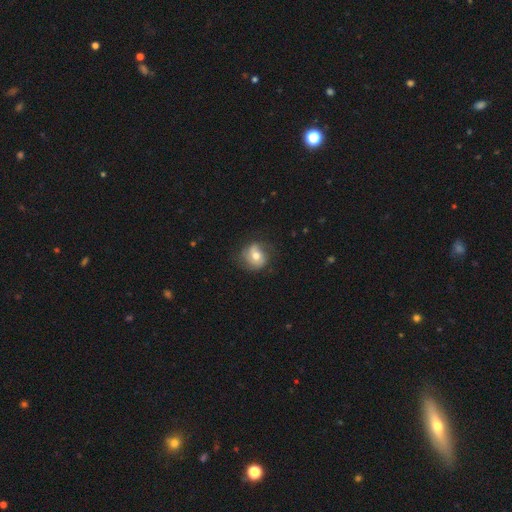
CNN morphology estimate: Q: Smooth or featured?
A: smooth (53%); runner-up: featured or disk (37%)
Q: How rounded?
A: round (73%); runner-up: in between (25%)
Q: Merging?
A: none (66%); runner-up: minor disturbance (23%)